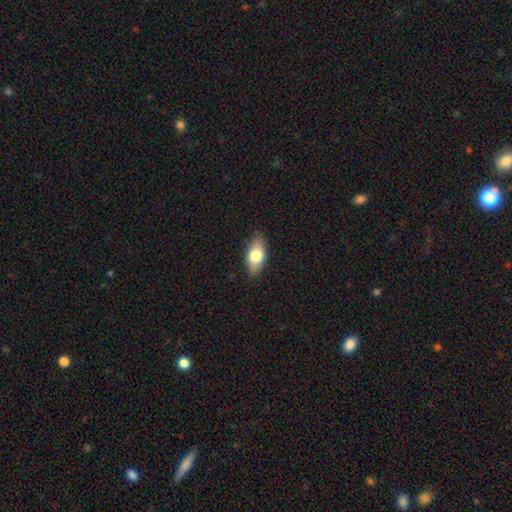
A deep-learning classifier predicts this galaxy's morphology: smooth_or_featured: smooth (p=0.71) [alt: featured or disk p=0.22]
how_rounded: in between (p=0.86) [alt: cigar-shaped p=0.08]
merging: none (p=0.86) [alt: minor disturbance p=0.11]